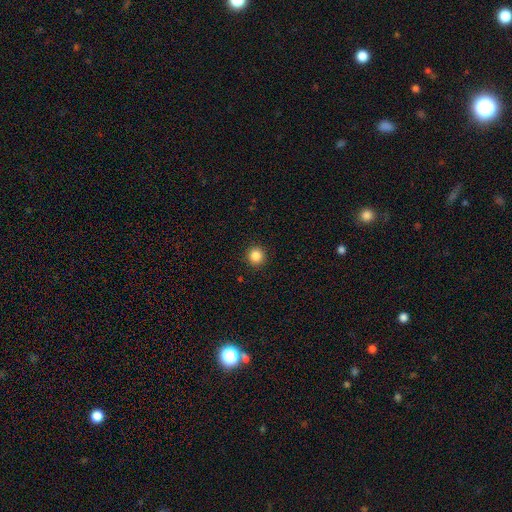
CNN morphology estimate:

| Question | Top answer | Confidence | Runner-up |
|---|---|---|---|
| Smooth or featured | smooth | 86% | star or artifact (11%) |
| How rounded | round | 95% | in between (4%) |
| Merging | none | 93% | minor disturbance (5%) |